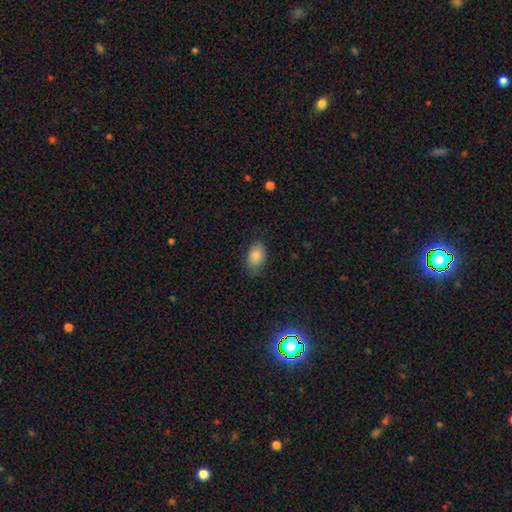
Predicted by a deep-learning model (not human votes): A smooth galaxy with no disk features (86%) that is in between round and cigar-shaped (89%).

Vote fractions:
- Smooth or featured? smooth: 86% / star or artifact: 8% / featured or disk: 7%
- How rounded? in between: 89% / round: 10% / cigar-shaped: 1%
- Merging? none: 76% / minor disturbance: 19% / major disturbance: 4% / merger: 1%